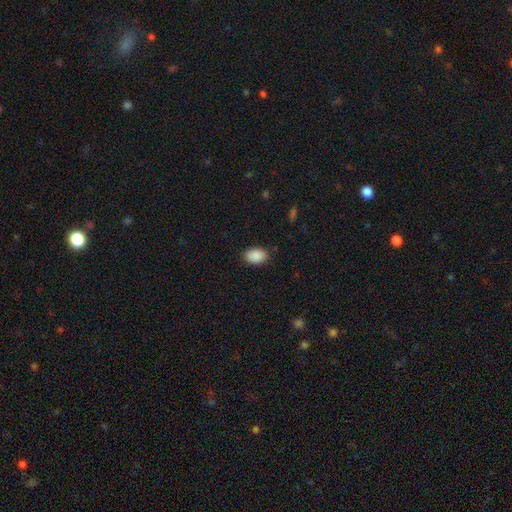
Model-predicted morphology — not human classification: Smooth or featured: smooth — 90% (star or artifact — 7%)
How rounded: in between — 86% (round — 12%)
Merging: none — 85% (minor disturbance — 12%)